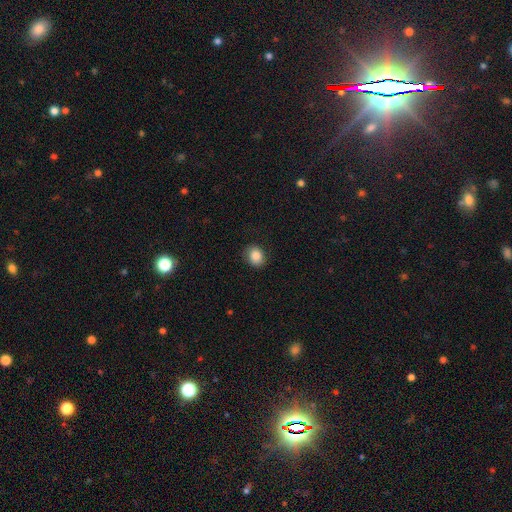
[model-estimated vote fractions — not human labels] Overall: smooth (86%). How rounded: round (56%; in between 43%). Merging: none (83%).